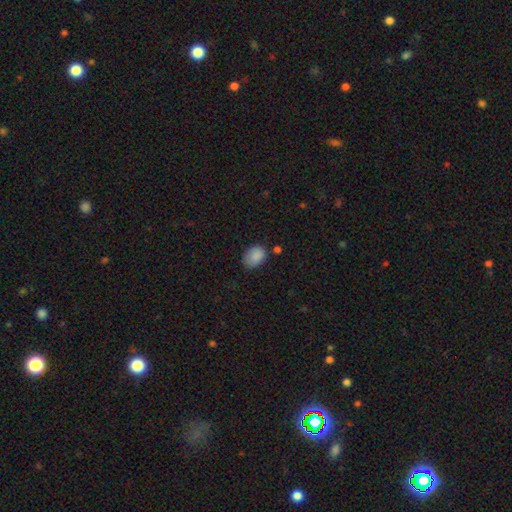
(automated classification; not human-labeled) Smooth or featured?
  - smooth: 88% *
  - star or artifact: 8%
  - featured or disk: 4%
How rounded?
  - in between: 75% *
  - round: 24%
  - cigar-shaped: 1%
Merging?
  - none: 69% *
  - minor disturbance: 22%
  - major disturbance: 4%
  - merger: 4%